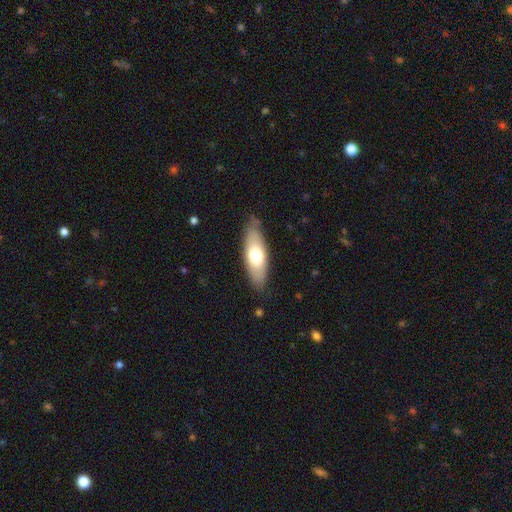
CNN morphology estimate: The model was most divided on "how rounded": in between: 62%, cigar-shaped: 36%, round: 2%. More confident: merging — none (82%); smooth or featured — smooth (65%).